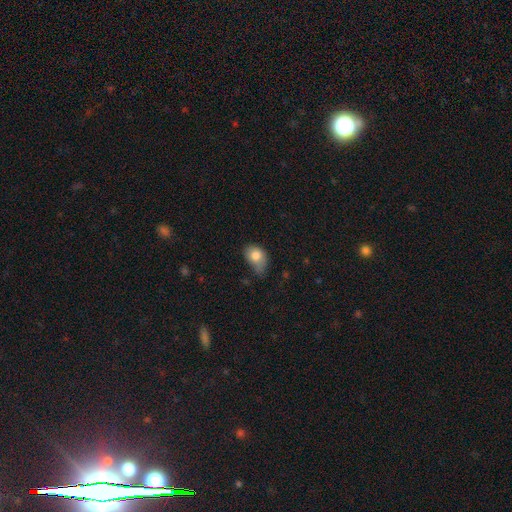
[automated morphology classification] This is likely a smooth galaxy (79%). How rounded: likely in between (75%). Merging: marginally minor disturbance (44%).